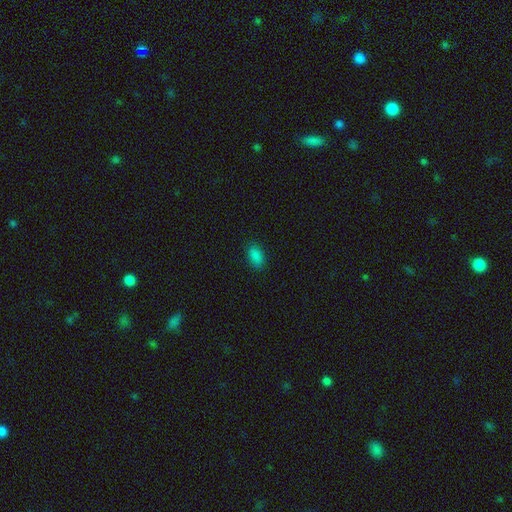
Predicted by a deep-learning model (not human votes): Q: Smooth or featured?
A: smooth (85%); runner-up: star or artifact (12%)
Q: How rounded?
A: in between (91%); runner-up: round (6%)
Q: Merging?
A: none (86%); runner-up: minor disturbance (10%)